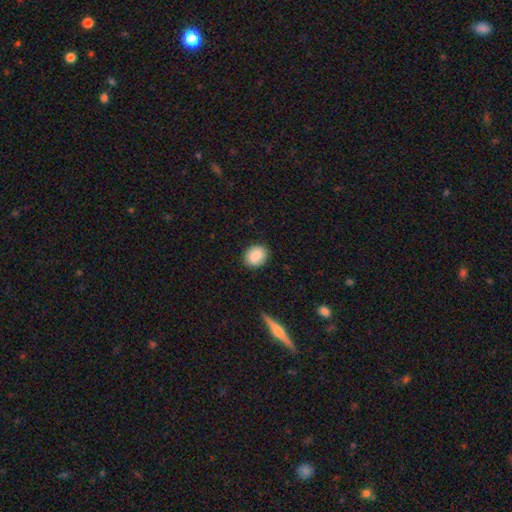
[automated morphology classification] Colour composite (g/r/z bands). It shows a smooth galaxy with no disk features (85%) that is round (52%). Merging: none (85%).